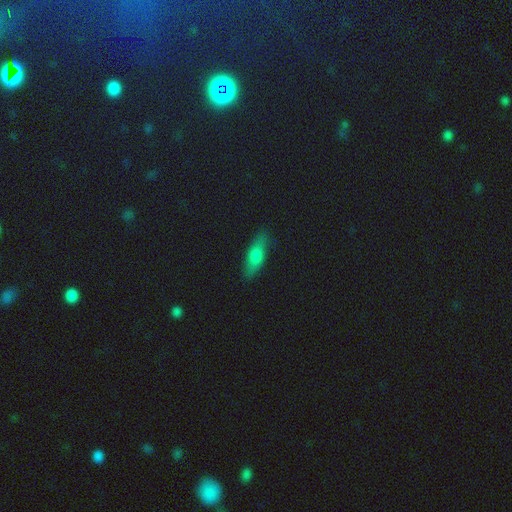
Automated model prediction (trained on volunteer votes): This is likely a smooth galaxy (69%). How rounded: possibly in between (58%). Merging: clearly none (83%).